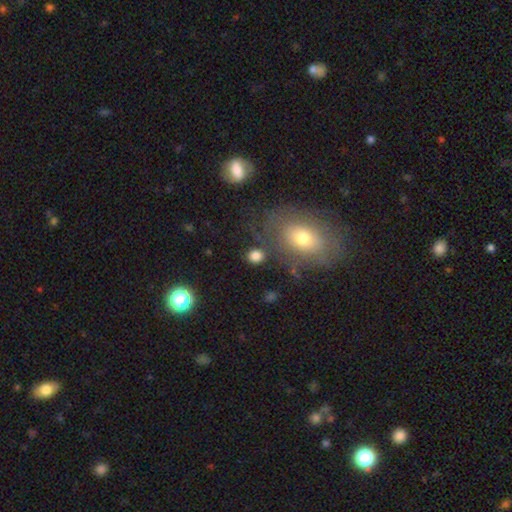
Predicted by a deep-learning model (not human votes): Smooth or featured? smooth (81%)
How rounded? round (74%)
Merging? none (78%)